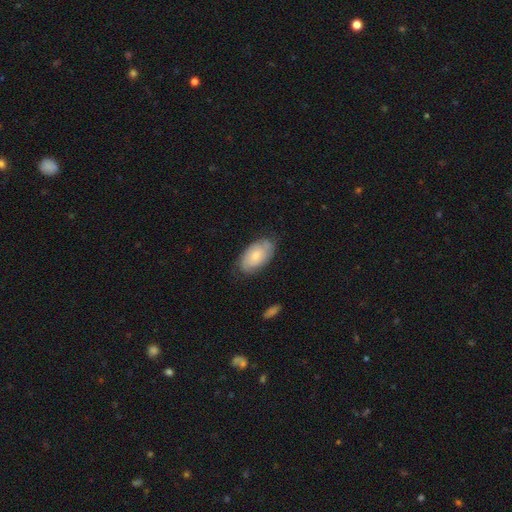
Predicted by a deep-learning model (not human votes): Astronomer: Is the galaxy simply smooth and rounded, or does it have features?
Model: smooth — 54% (runner-up: featured or disk, 40%).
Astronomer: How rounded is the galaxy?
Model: in between — 94%.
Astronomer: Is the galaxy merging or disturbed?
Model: none — 73%.